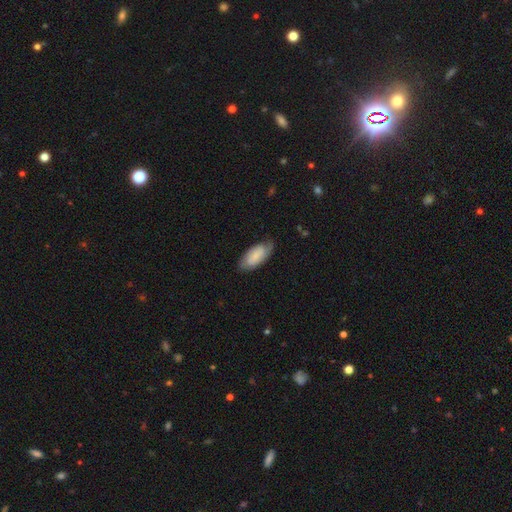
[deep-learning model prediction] A smooth galaxy with no disk features (65%) that is in between round and cigar-shaped (90%). Merging: none (70%).